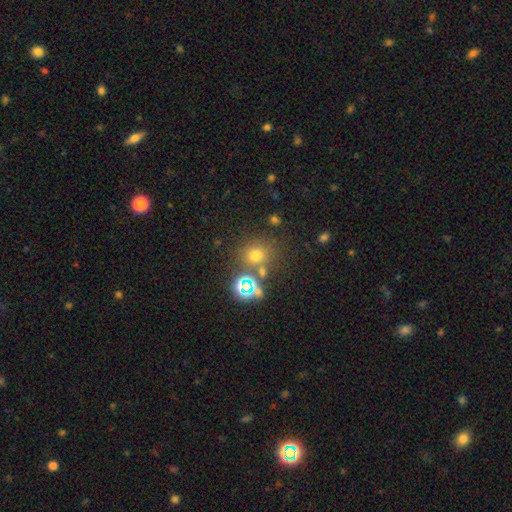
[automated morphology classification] A smooth galaxy with no disk features (63%) that is round (82%). Merging: none (68%).